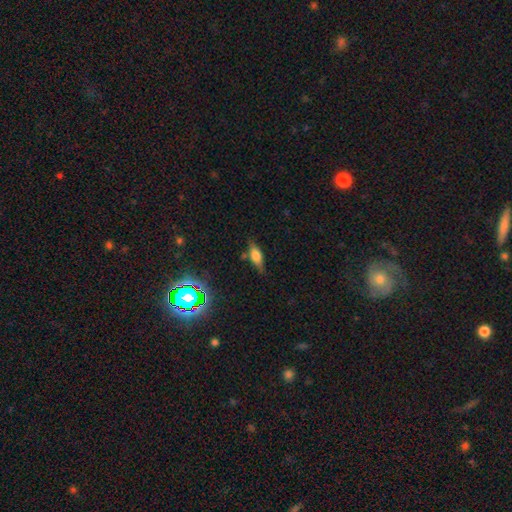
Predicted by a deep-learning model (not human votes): Overall: smooth (49%; featured or disk 38%). Merging: none (74%).